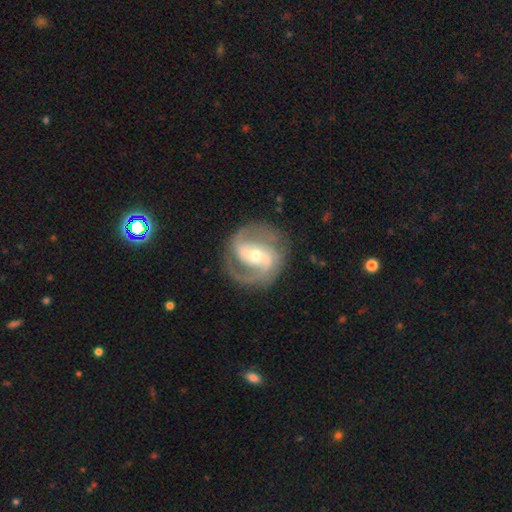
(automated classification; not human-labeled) smooth-or-featured: featured or disk: 89% | smooth: 6% | star or artifact: 5%
  disk-edge-on: no: 97% | yes: 3%
    bar: strong: 45% | weak: 38% | no: 16%
    has-spiral-arms: yes: 97% | no: 3%
      spiral-winding: medium: 55% | tight: 26% | loose: 19%
      spiral-arm-count: 2: 83% | 3: 7% | can't tell: 4% | 1: 3% | 4: 2% | more than 4: 1%
    bulge-size: moderate: 52% | small: 42% | large: 3% | none: 1% | dominant: 1%
  merging: none: 79% | minor disturbance: 13% | major disturbance: 7% | merger: 1%